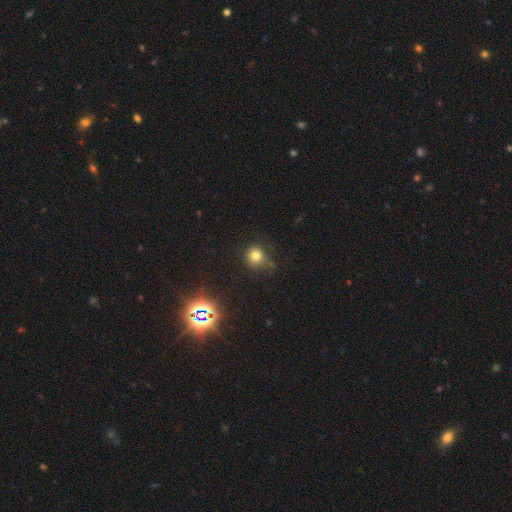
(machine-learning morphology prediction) Smooth or featured? Predicted: smooth (p=0.76). How rounded? Predicted: round (p=0.88). Merging? Predicted: none (p=0.72).